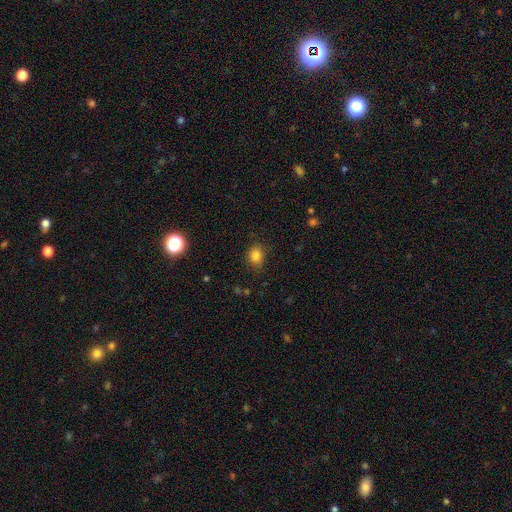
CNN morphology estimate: smooth 83%, star or artifact 12%, featured or disk 6%. Down the decision tree: how rounded — round (53%); merging — none (83%).